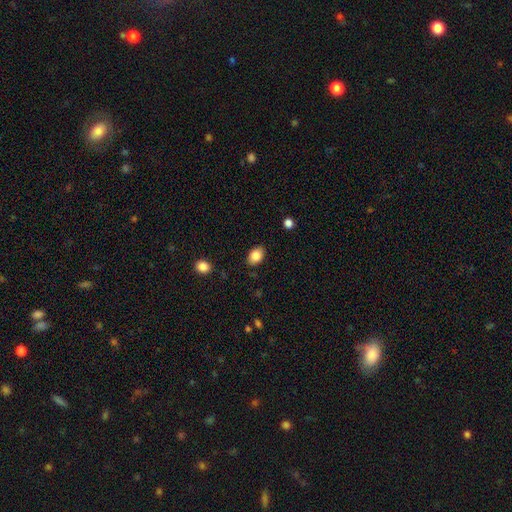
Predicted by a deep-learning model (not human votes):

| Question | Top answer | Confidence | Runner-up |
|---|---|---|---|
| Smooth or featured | smooth | 85% | star or artifact (8%) |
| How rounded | in between | 82% | round (17%) |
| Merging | none | 85% | minor disturbance (11%) |